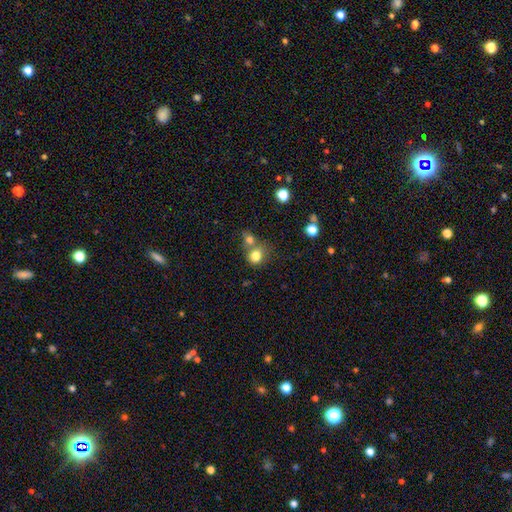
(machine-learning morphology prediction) This appears to be a smooth galaxy with no disk features (80%) that is round (78%). Merging: none (48%).